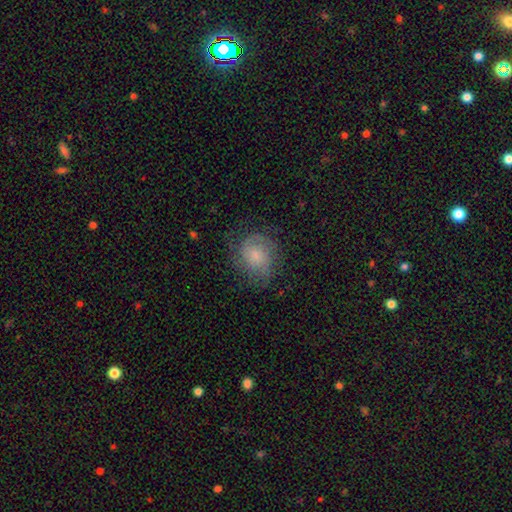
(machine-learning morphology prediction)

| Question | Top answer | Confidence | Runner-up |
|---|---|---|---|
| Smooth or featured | featured or disk | 49% | smooth (42%) |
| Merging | none | 64% | minor disturbance (21%) |